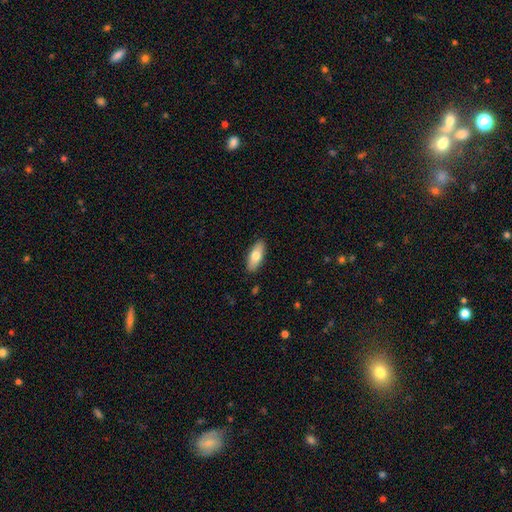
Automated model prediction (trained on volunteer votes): Overall: smooth (75%). How rounded: in between (79%). Merging: none (89%).